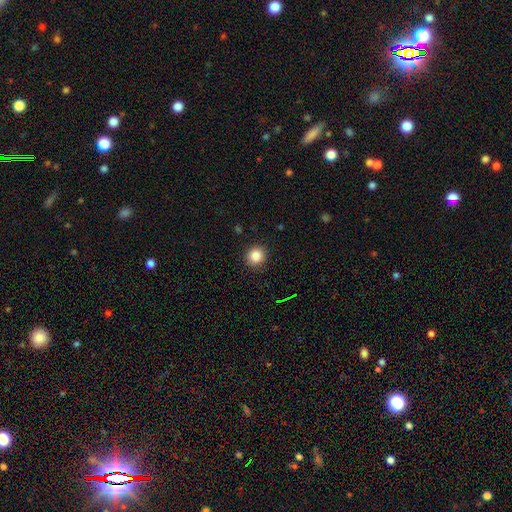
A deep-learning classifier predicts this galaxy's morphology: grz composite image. It shows a smooth galaxy with no disk features (85%) that is round (91%). Merging: none (91%).